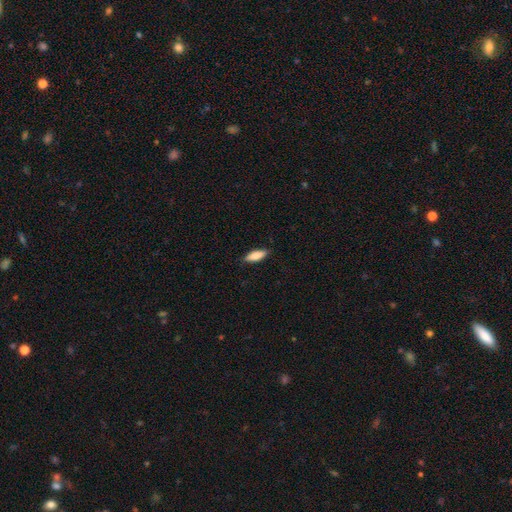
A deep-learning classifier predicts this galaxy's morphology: Overall: smooth (84%). How rounded: in between (61%; cigar-shaped 37%). Merging: none (85%).